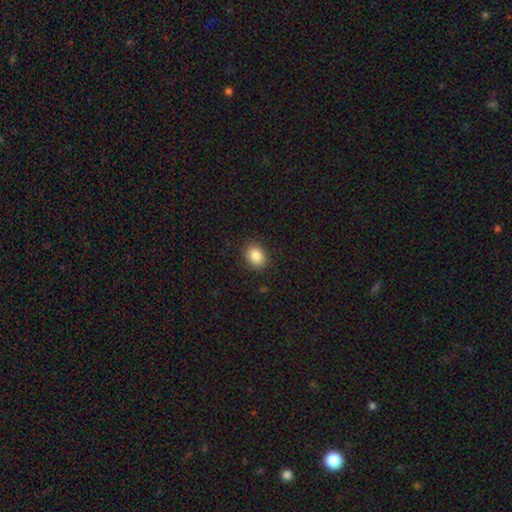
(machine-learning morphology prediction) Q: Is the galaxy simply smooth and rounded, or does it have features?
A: smooth — 87%.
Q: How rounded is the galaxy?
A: in between — 59%.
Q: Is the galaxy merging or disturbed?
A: none — 88%.